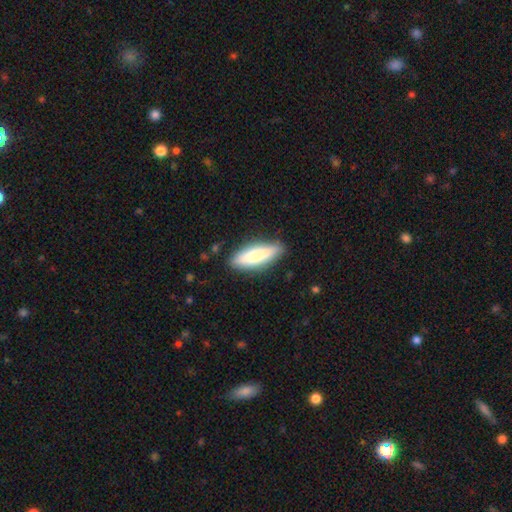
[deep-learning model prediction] Smooth or featured? smooth (76%)
How rounded? cigar-shaped (57%)
Merging? none (83%)